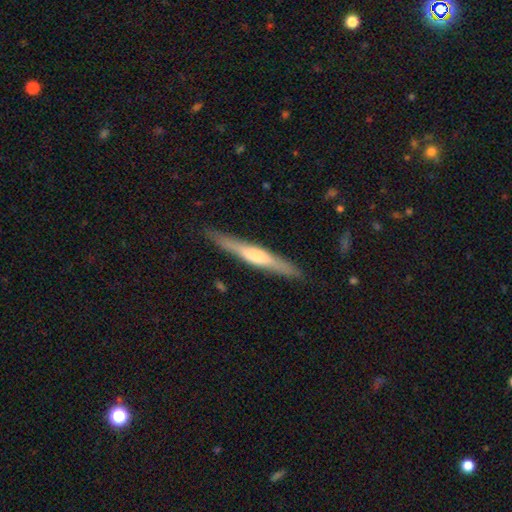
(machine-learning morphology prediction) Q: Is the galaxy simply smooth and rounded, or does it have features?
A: featured or disk — 59%.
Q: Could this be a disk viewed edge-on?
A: yes — 96%.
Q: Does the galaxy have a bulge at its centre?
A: rounded — 64%.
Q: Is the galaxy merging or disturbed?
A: none — 89%.